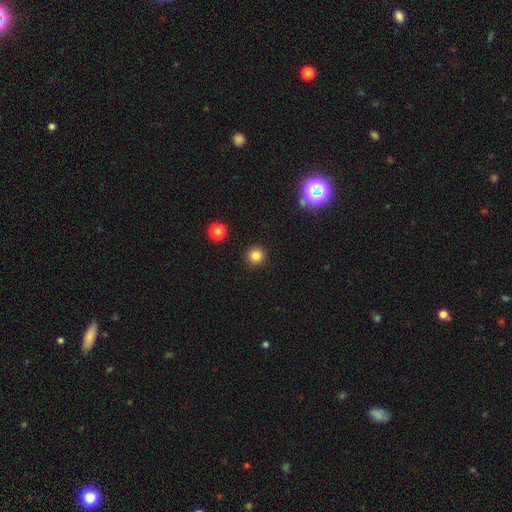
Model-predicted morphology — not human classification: Q: Smooth or featured?
A: smooth (83%); runner-up: star or artifact (13%)
Q: How rounded?
A: round (95%); runner-up: in between (4%)
Q: Merging?
A: none (93%); runner-up: minor disturbance (4%)